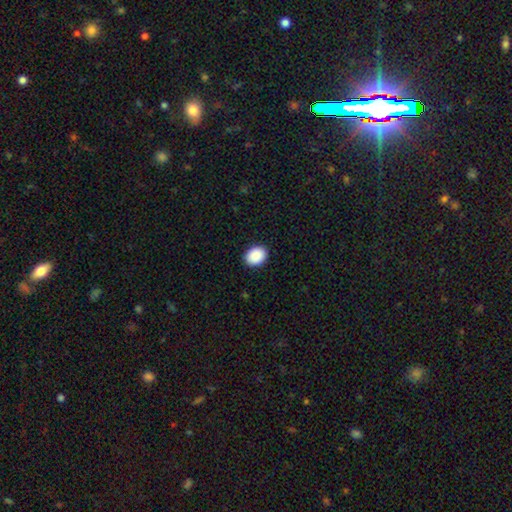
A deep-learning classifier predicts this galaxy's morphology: smooth-or-featured: smooth: 91% | star or artifact: 7% | featured or disk: 3%
  how-rounded: in between: 63% | round: 37% | cigar-shaped: 1%
  merging: none: 91% | minor disturbance: 6% | major disturbance: 2% | merger: 1%